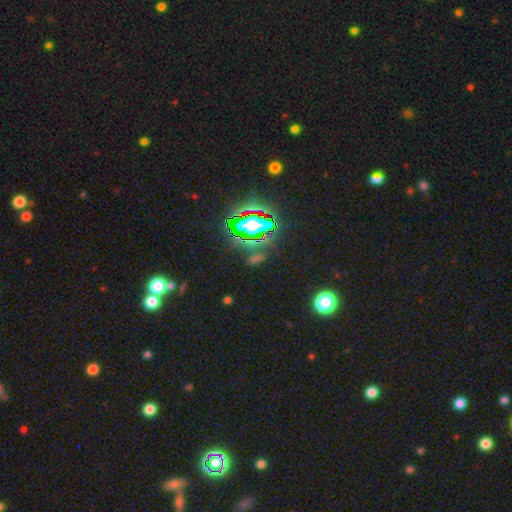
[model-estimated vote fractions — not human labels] Smooth or featured? Predicted: star or artifact (p=0.69).